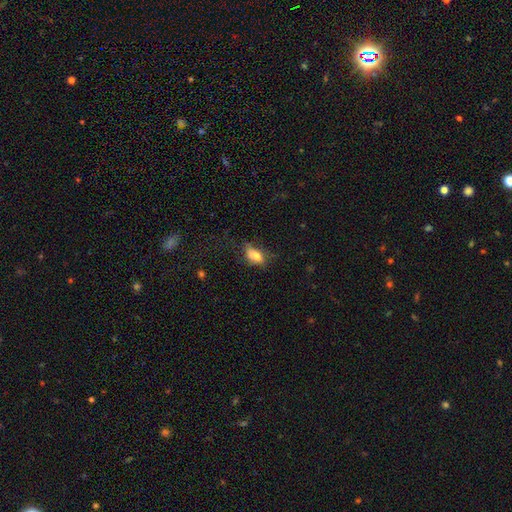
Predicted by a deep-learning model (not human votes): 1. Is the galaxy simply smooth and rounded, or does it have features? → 66% smooth, 21% featured or disk, 12% star or artifact.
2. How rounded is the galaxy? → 79% in between, 14% round, 7% cigar-shaped.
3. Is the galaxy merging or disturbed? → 37% none, 25% minor disturbance, 19% merger, 19% major disturbance.